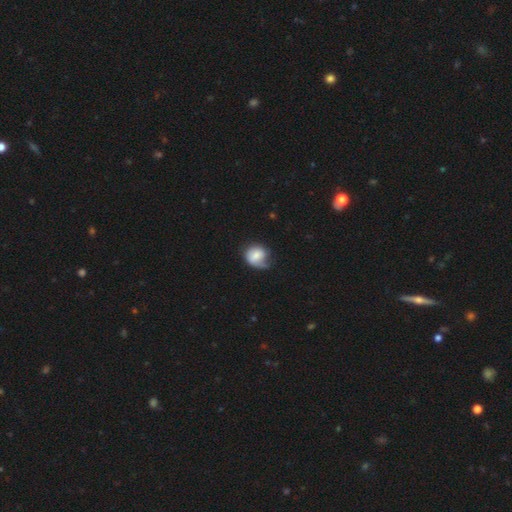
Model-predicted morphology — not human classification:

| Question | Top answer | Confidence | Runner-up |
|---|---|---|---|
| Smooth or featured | smooth | 63% | featured or disk (30%) |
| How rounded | round | 68% | in between (31%) |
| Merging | none | 40% | minor disturbance (32%) |